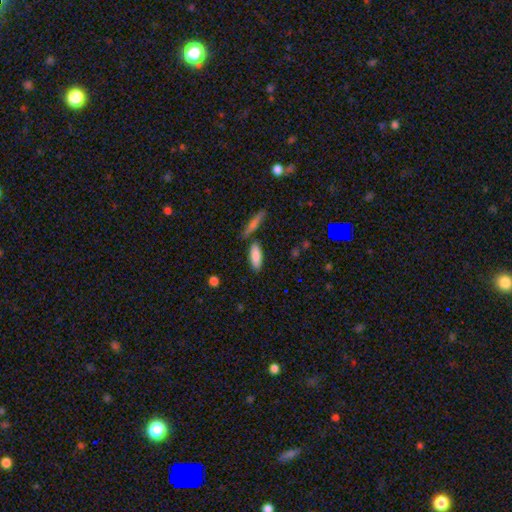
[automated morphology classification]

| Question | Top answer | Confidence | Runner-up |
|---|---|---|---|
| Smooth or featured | smooth | 84% | featured or disk (9%) |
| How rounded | in between | 66% | cigar-shaped (31%) |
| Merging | none | 76% | minor disturbance (11%) |